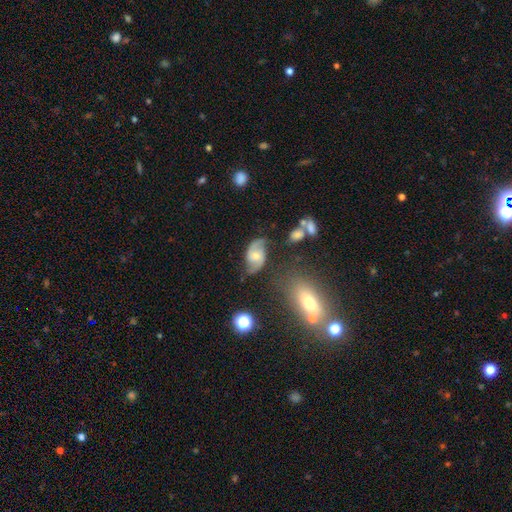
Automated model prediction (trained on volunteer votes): smooth-or-featured: featured or disk: 77% | smooth: 16% | star or artifact: 7%
  disk-edge-on: no: 97% | yes: 3%
    bar: no: 58% | weak: 35% | strong: 7%
    has-spiral-arms: yes: 93% | no: 7%
      spiral-winding: medium: 44% | loose: 40% | tight: 16%
      spiral-arm-count: 2: 90% | can't tell: 5% | 1: 2% | 3: 1% | 4: 1% | more than 4: 1%
    bulge-size: moderate: 49% | small: 42% | none: 4% | large: 4% | dominant: 1%
  merging: none: 66% | minor disturbance: 21% | major disturbance: 9% | merger: 4%